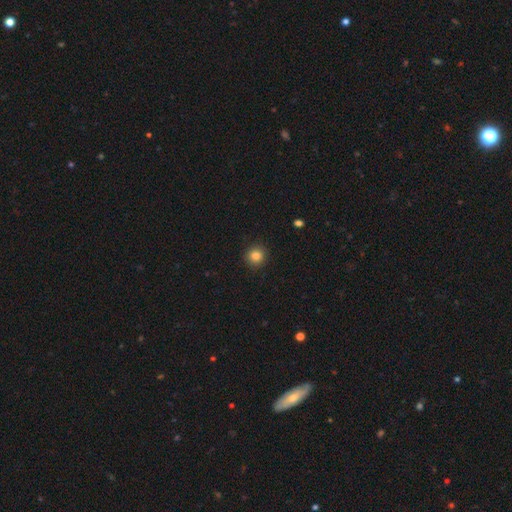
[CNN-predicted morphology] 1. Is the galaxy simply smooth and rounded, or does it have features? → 85% smooth, 11% star or artifact, 4% featured or disk.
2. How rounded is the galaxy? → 92% round, 7% in between, 1% cigar-shaped.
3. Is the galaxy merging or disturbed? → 91% none, 6% minor disturbance, 2% major disturbance, 1% merger.